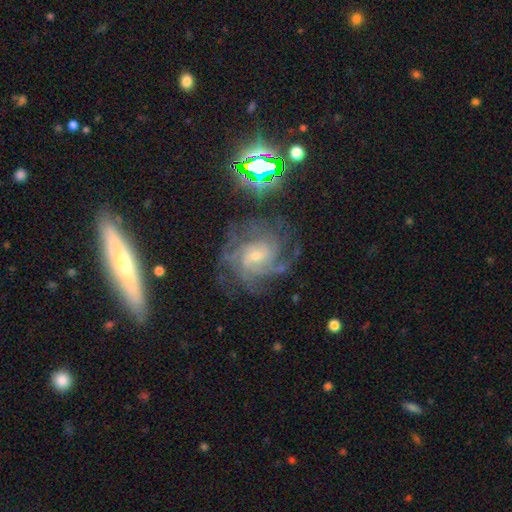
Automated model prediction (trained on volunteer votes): A featured or disk galaxy (82%) with no bar (53%), tight (54%) spiral arms (96%) and a small central bulge (70%).

Vote fractions:
- Smooth or featured? featured or disk: 82% / star or artifact: 11% / smooth: 7%
- Edge-on disk? no: 97% / yes: 3%
- Bar? no: 53% / weak: 38% / strong: 9%
- Spiral arms? yes: 96% / no: 4%
- Spiral winding? tight: 54% / medium: 37% / loose: 9%
- Spiral arm count? can't tell: 29% / 4: 22% / 3: 21% / 2: 12% / more than 4: 9% / 1: 6%
- Bulge size? small: 70% / moderate: 24% / none: 3% / large: 2% / dominant: 1%
- Merging? none: 66% / minor disturbance: 18% / major disturbance: 13% / merger: 2%